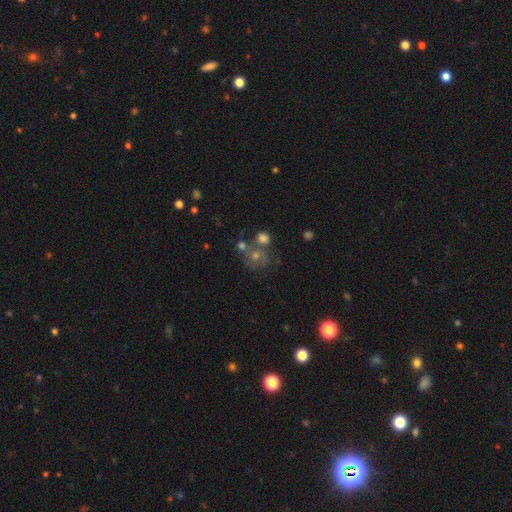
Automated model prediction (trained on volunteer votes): Overall: smooth (42%; star or artifact 30%). Merging: none (58%; merger 22%).